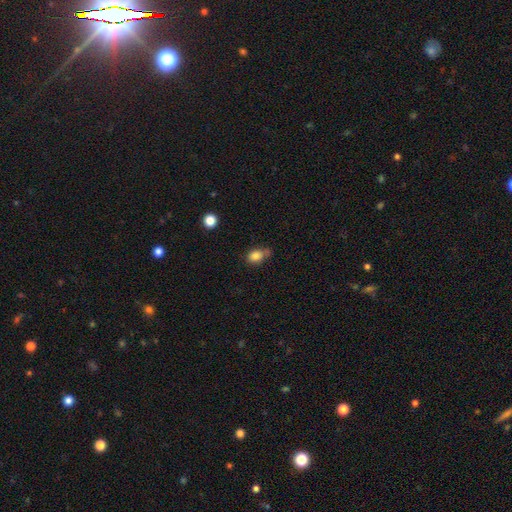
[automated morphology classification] smooth_or_featured: smooth (p=0.83) [alt: star or artifact p=0.11]
how_rounded: in between (p=0.65) [alt: round p=0.33]
merging: none (p=0.47) [alt: minor disturbance p=0.34]